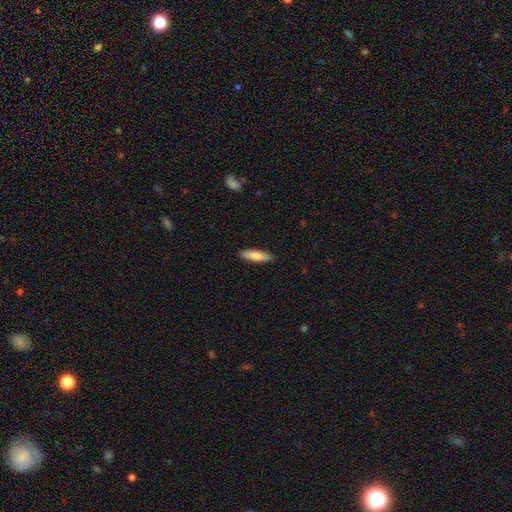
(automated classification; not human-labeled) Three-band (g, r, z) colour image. It shows a smooth galaxy with no disk features (81%) that is cigar-shaped (63%). Merging: none (90%).